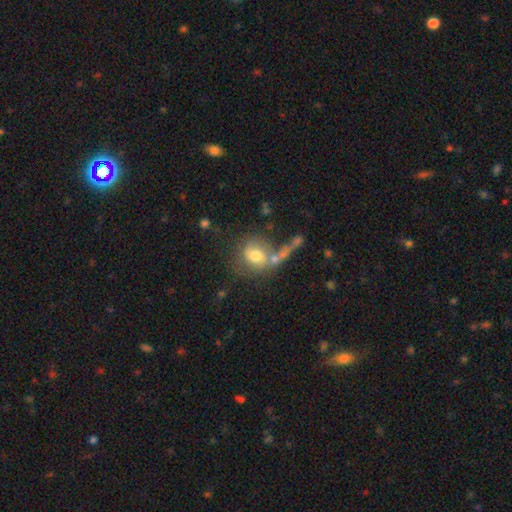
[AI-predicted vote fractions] This is likely a smooth galaxy (66%). How rounded: likely round (72%). Merging: marginally none (40%).